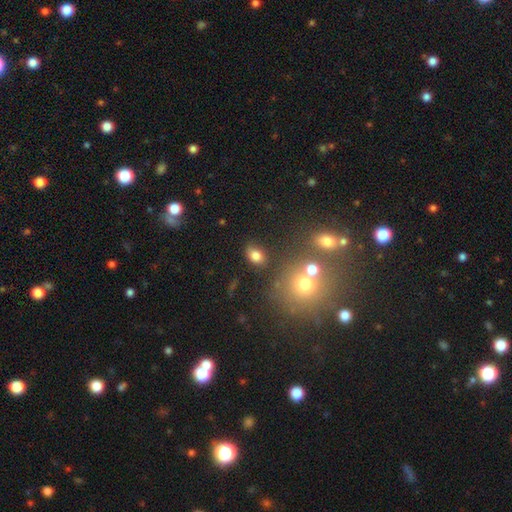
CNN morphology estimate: A smooth galaxy with no disk features (79%) that is in between round and cigar-shaped (75%). Merging: none (78%).